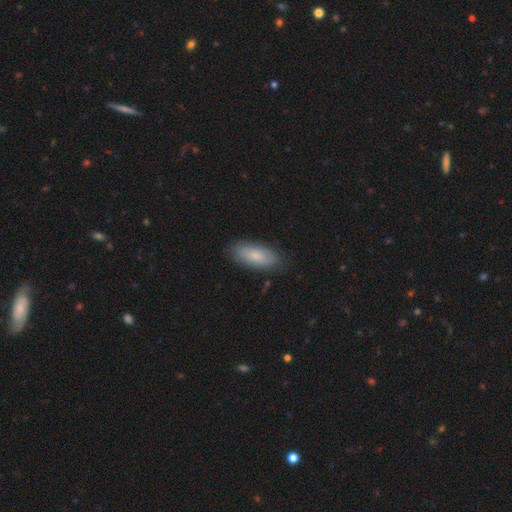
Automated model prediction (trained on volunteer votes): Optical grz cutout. It shows a smooth galaxy with no disk features (76%) that is in between round and cigar-shaped (83%). Merging: none (81%).